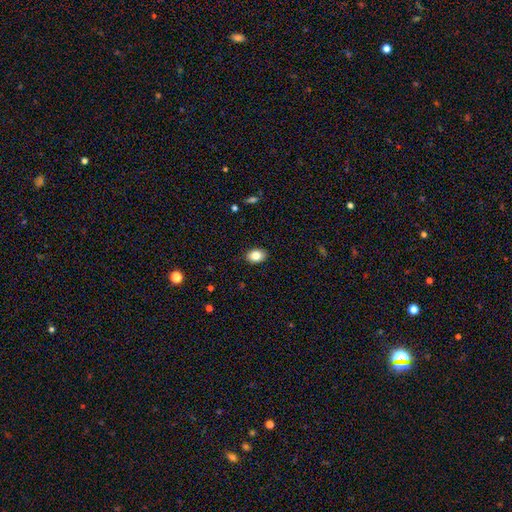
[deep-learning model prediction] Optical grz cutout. It shows a smooth galaxy with no disk features (83%) that is in between round and cigar-shaped (77%). Merging: none (89%).